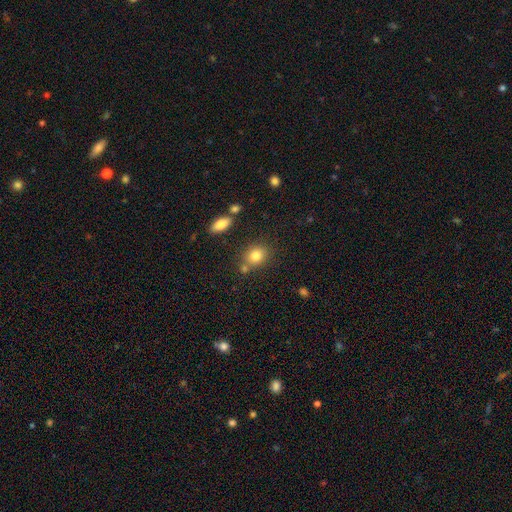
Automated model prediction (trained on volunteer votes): smooth 82%, star or artifact 10%, featured or disk 8%. Down the decision tree: how rounded — round (55%); merging — none (67%).